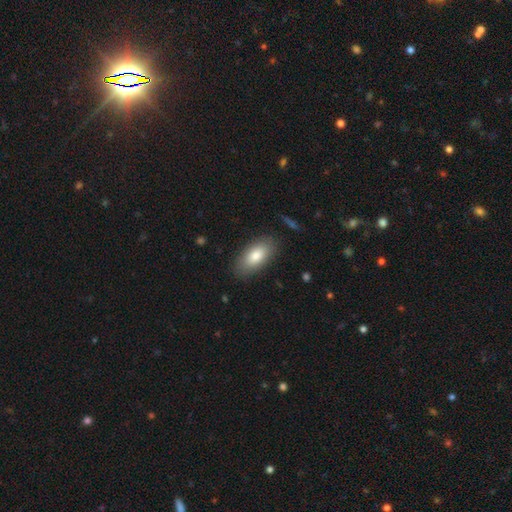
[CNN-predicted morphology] Smooth or featured? smooth (80%)
How rounded? in between (90%)
Merging? none (85%)